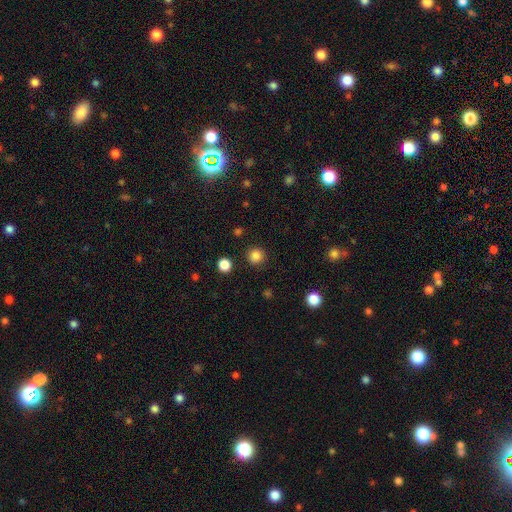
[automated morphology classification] Smooth or featured: smooth — 84% (star or artifact — 12%)
How rounded: round — 95% (in between — 4%)
Merging: none — 91% (minor disturbance — 5%)